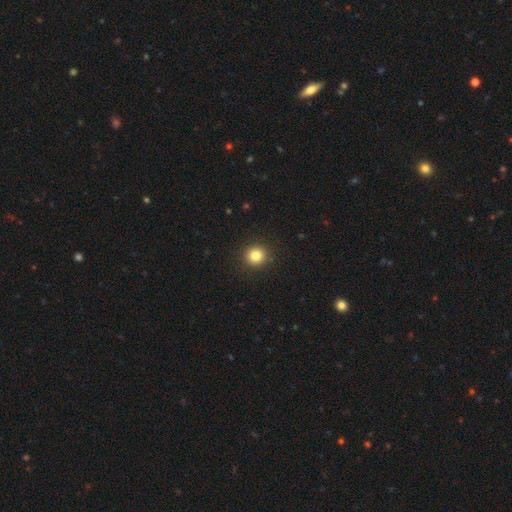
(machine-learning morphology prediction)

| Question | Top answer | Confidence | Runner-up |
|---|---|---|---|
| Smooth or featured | smooth | 82% | star or artifact (12%) |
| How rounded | round | 92% | in between (7%) |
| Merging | none | 91% | minor disturbance (6%) |